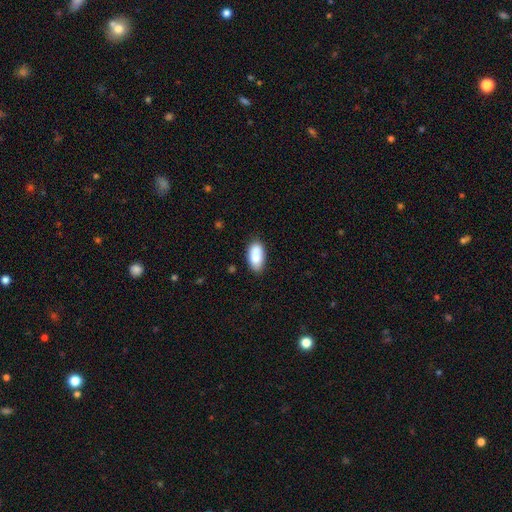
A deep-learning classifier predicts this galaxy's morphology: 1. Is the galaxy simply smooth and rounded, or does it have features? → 81% smooth, 12% featured or disk, 7% star or artifact.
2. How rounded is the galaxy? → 93% in between, 4% cigar-shaped, 4% round.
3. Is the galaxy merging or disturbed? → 76% none, 16% minor disturbance, 5% merger, 3% major disturbance.